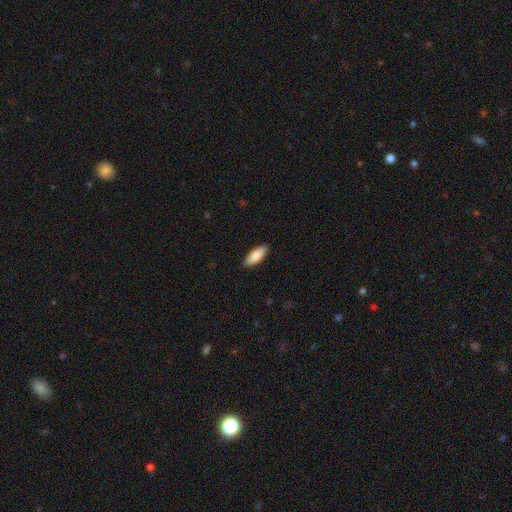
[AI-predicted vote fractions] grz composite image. It shows a smooth galaxy with no disk features (88%) that is in between round and cigar-shaped (71%). Merging: none (90%).